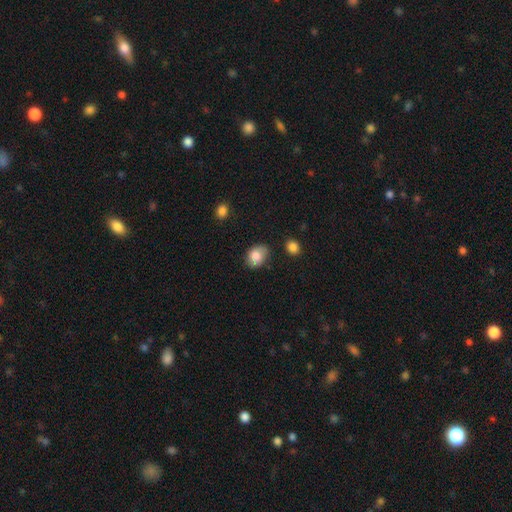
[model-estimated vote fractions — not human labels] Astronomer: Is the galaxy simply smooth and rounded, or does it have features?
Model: smooth — 83%.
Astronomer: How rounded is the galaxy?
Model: in between — 71%.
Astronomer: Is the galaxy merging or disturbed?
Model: none — 73%.